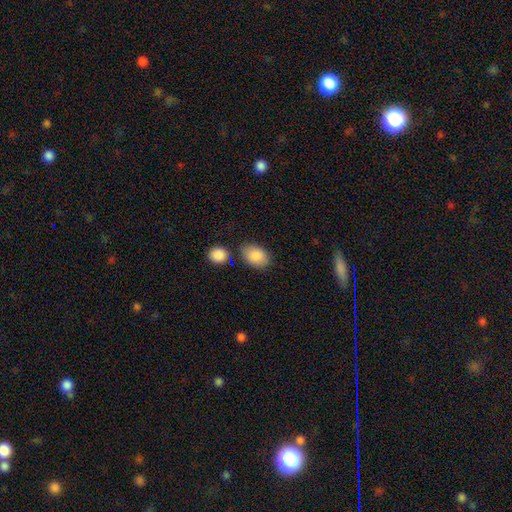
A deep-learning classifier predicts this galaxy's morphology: Smooth or featured: smooth — 88% (star or artifact — 7%)
How rounded: in between — 81% (round — 17%)
Merging: none — 73% (minor disturbance — 16%)